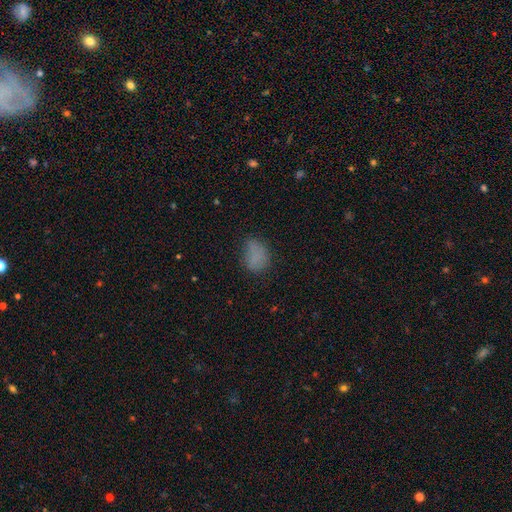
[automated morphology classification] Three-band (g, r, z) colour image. It shows a smooth galaxy with no disk features (75%) that is in between round and cigar-shaped (72%). Merging: none (55%).